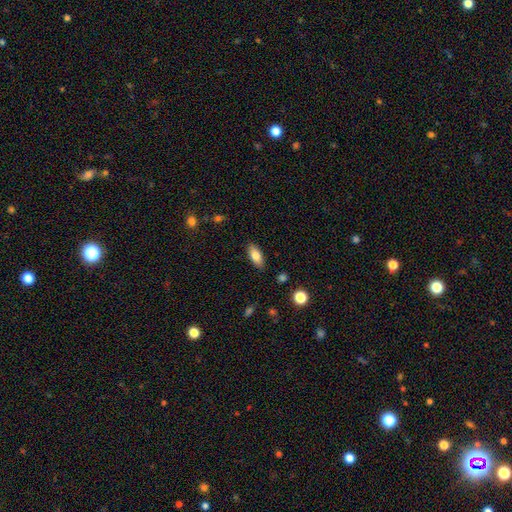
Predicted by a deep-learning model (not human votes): Q: Smooth or featured?
A: smooth (79%); runner-up: featured or disk (14%)
Q: How rounded?
A: in between (82%); runner-up: cigar-shaped (16%)
Q: Merging?
A: none (87%); runner-up: minor disturbance (10%)